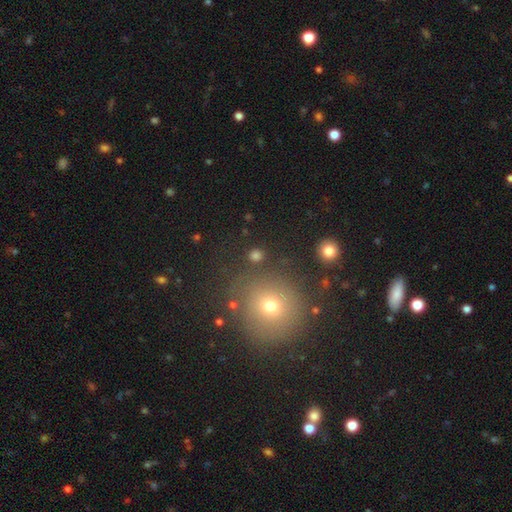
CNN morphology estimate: smooth-or-featured: smooth: 75% | star or artifact: 18% | featured or disk: 7%
  how-rounded: round: 87% | in between: 12% | cigar-shaped: 1%
  merging: none: 84% | minor disturbance: 7% | merger: 5% | major disturbance: 4%